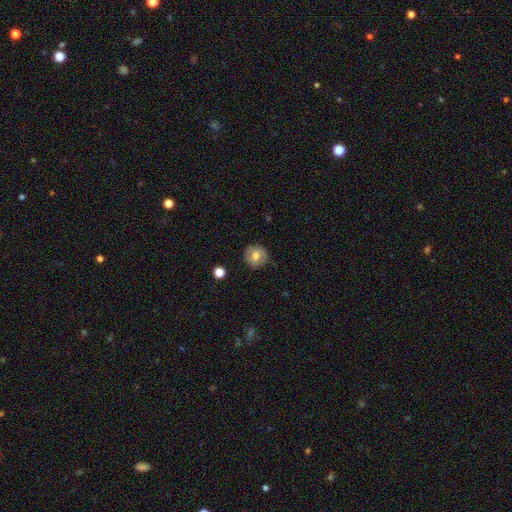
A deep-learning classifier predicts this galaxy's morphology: Smooth or featured? smooth (74%)
How rounded? round (93%)
Merging? none (89%)